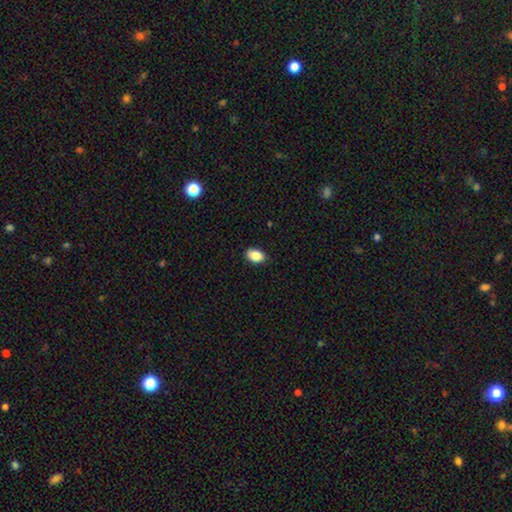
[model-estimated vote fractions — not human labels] This appears to be a smooth galaxy with no disk features (87%) that is in between round and cigar-shaped (86%). Merging: none (87%).